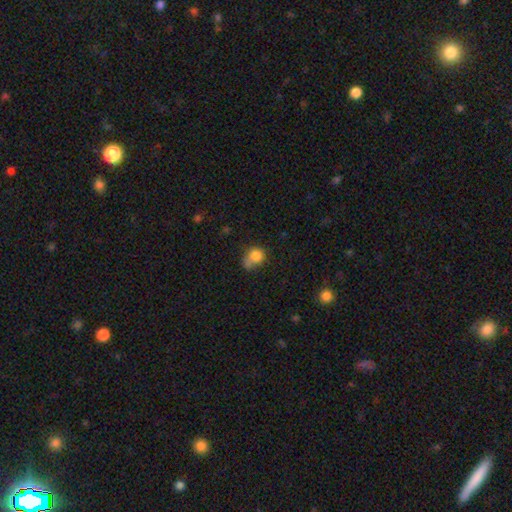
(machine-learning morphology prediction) Smooth or featured: smooth — 80% (star or artifact — 11%)
How rounded: round — 73% (in between — 26%)
Merging: none — 38% (merger — 24%)